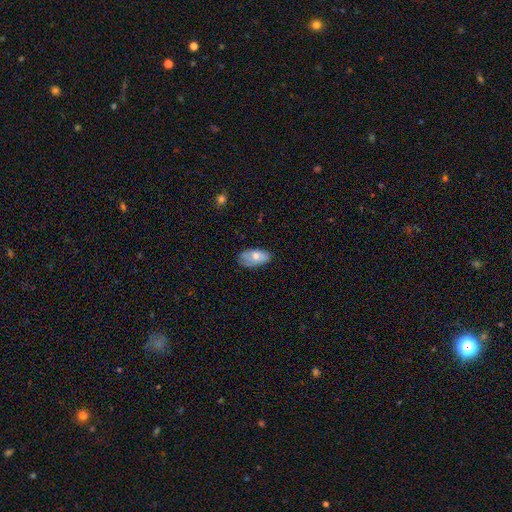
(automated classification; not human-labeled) The model was most divided on "smooth or featured": smooth: 68%, featured or disk: 25%, star or artifact: 7%. More confident: how rounded — in between (93%); merging — none (68%).